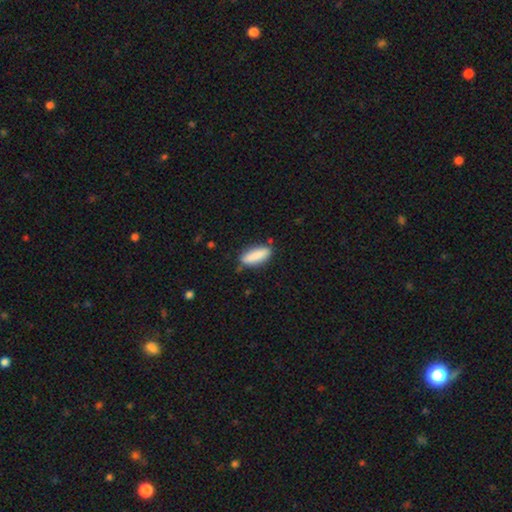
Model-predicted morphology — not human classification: This appears to be a smooth galaxy with no disk features (87%) that is in between round and cigar-shaped (62%). Merging: none (81%).